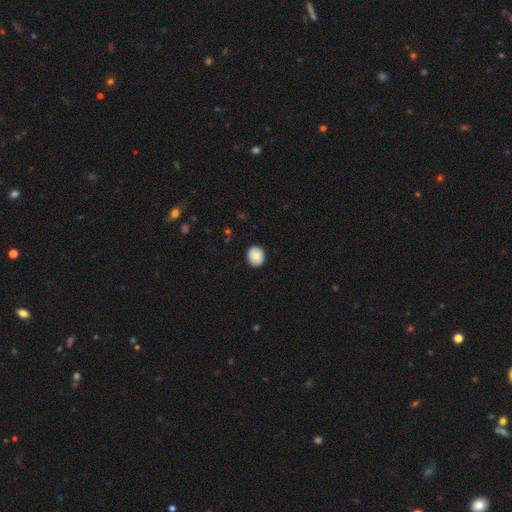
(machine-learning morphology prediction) The model was most divided on "how rounded": round: 64%, in between: 35%, cigar-shaped: 1%. More confident: merging — none (88%); smooth or featured — smooth (84%).